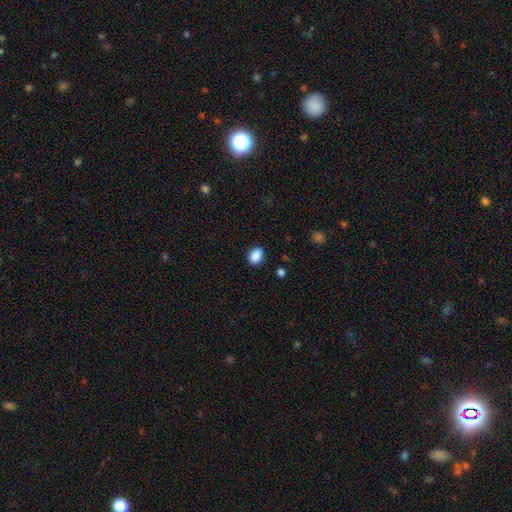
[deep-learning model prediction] This appears to be a smooth galaxy with no disk features (88%) that is in between round and cigar-shaped (56%). Merging: none (88%).